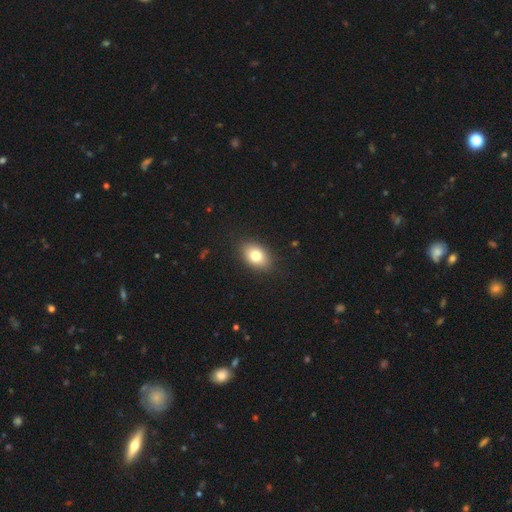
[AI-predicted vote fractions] The model was most divided on "how rounded": in between: 79%, round: 20%, cigar-shaped: 1%. More confident: merging — none (87%); smooth or featured — smooth (79%).